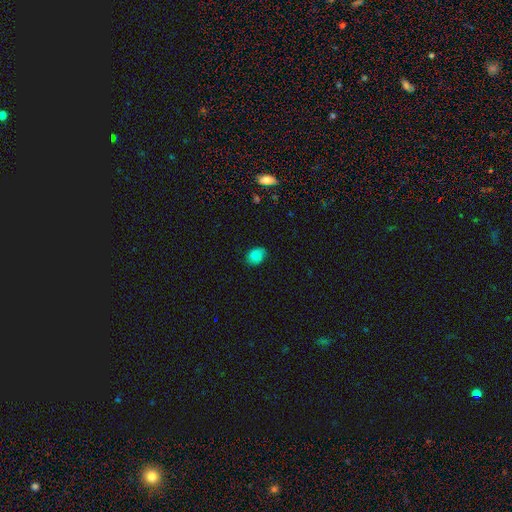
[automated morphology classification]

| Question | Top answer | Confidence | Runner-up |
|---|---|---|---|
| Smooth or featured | smooth | 83% | star or artifact (11%) |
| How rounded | in between | 61% | round (38%) |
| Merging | none | 75% | minor disturbance (20%) |